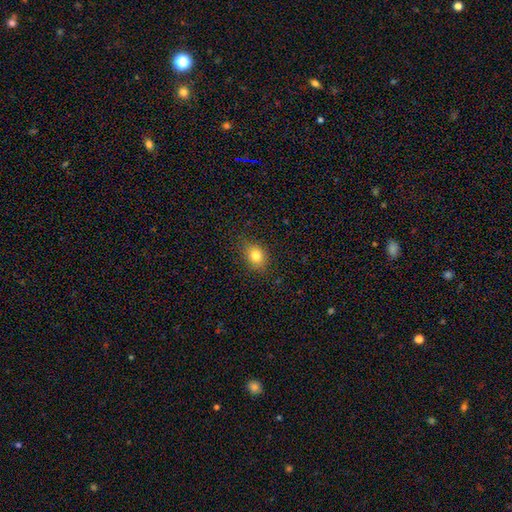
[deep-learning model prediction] Smooth or featured? Predicted: smooth (p=0.81). How rounded? Predicted: in between (p=0.61). Merging? Predicted: none (p=0.82).